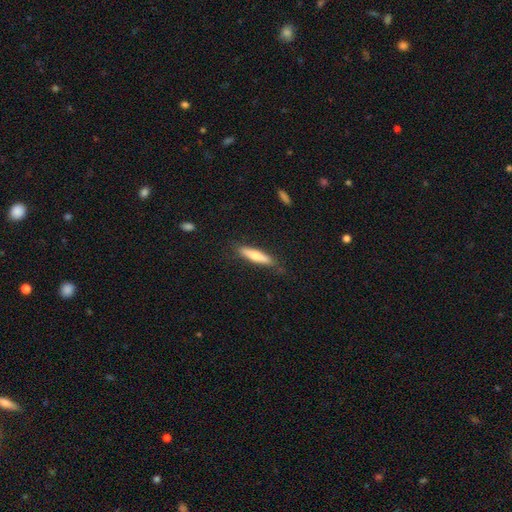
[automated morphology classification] Smooth or featured: smooth — 68% (featured or disk — 27%)
How rounded: cigar-shaped — 83% (in between — 16%)
Merging: none — 80% (minor disturbance — 15%)